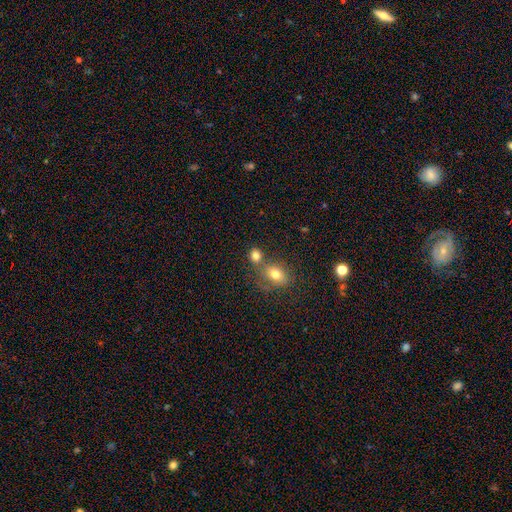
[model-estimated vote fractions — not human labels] A smooth galaxy with no disk features (79%) that is round (66%).

Vote fractions:
- Smooth or featured? smooth: 79% / star or artifact: 12% / featured or disk: 9%
- How rounded? round: 66% / in between: 33% / cigar-shaped: 1%
- Merging? none: 53% / merger: 33% / minor disturbance: 9% / major disturbance: 4%